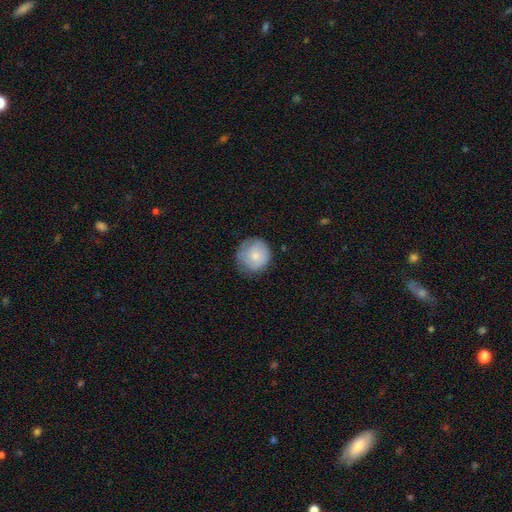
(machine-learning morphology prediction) type=smooth (74%); roundness=round (91%); merging=none (73%).